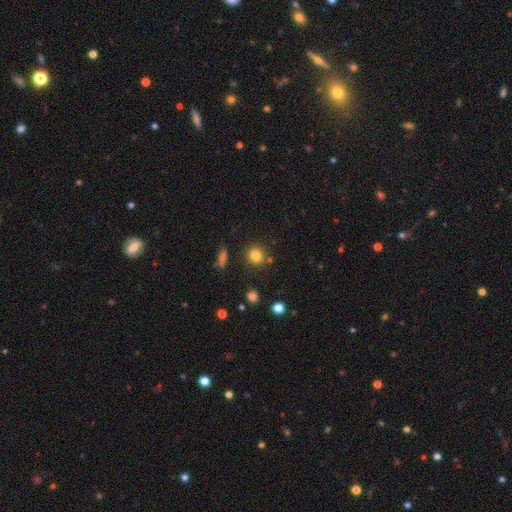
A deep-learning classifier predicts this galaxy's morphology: type=smooth (82%); roundness=round (86%); merging=none (83%).